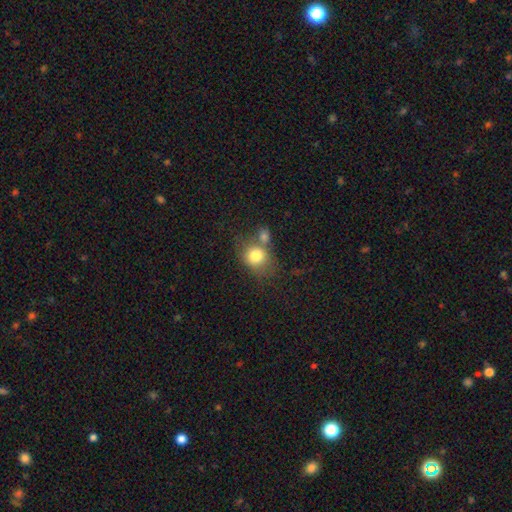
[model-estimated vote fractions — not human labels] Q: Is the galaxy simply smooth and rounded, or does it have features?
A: smooth — 78%.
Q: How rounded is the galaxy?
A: round — 59%.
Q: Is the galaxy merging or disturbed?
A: none — 44%.